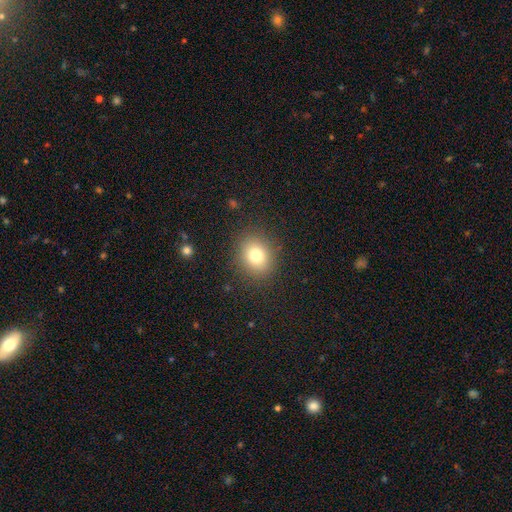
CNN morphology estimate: Smooth or featured? Predicted: smooth (p=0.77). How rounded? Predicted: round (p=0.69). Merging? Predicted: none (p=0.87).